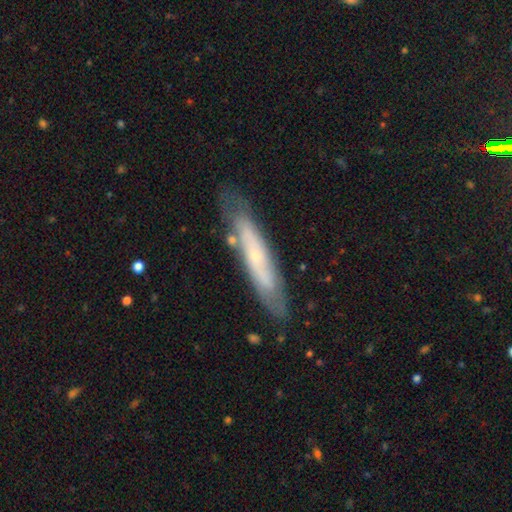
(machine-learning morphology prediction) A featured or disk galaxy (57%) viewed edge-on (57%).

Vote fractions:
- Smooth or featured? featured or disk: 57% / smooth: 36% / star or artifact: 7%
- Edge-on disk? yes: 57% / no: 43%
- Merging? none: 77% / minor disturbance: 16% / major disturbance: 4% / merger: 3%